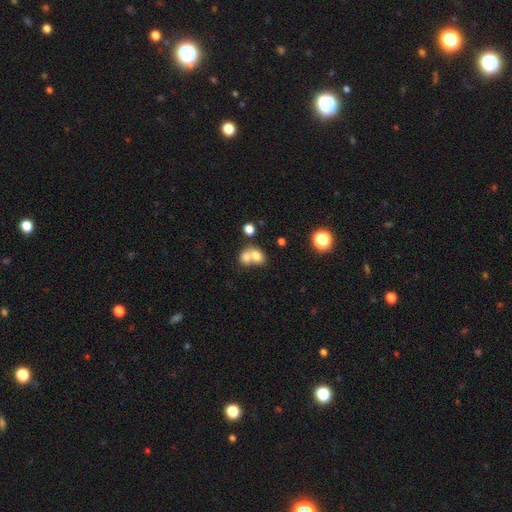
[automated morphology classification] smooth-or-featured: smooth: 73% | featured or disk: 16% | star or artifact: 11%
  how-rounded: in between: 57% | round: 42% | cigar-shaped: 1%
  merging: merger: 69% | none: 21% | minor disturbance: 6% | major disturbance: 3%